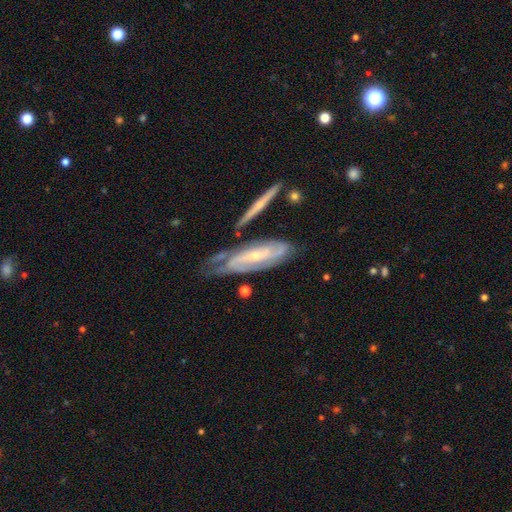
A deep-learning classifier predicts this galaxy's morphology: smooth_or_featured: featured or disk (p=0.83) [alt: smooth p=0.11]
disk_edge_on: no (p=0.87) [alt: yes p=0.13]
bar: no (p=0.44) [alt: weak p=0.35]
has_spiral_arms: yes (p=0.94) [alt: no p=0.06]
spiral_winding: tight (p=0.56) [alt: medium p=0.34]
spiral_arm_count: 2 (p=0.52) [alt: can't tell p=0.26]
bulge_size: small (p=0.70) [alt: moderate p=0.26]
merging: none (p=0.56) [alt: minor disturbance p=0.24]